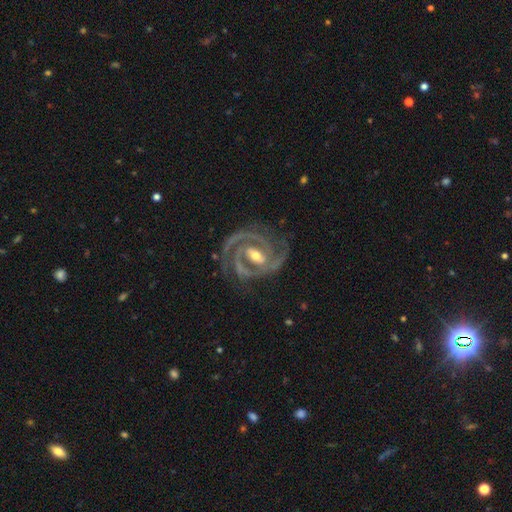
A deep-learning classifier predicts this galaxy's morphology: Smooth or featured?
  - featured or disk: 93% *
  - star or artifact: 4%
  - smooth: 3%
Edge-on disk?
  - no: 97% *
  - yes: 3%
Bar?
  - strong: 47% *
  - weak: 37%
  - no: 16%
Spiral arms?
  - yes: 98% *
  - no: 2%
Spiral winding?
  - tight: 62% *
  - medium: 34%
  - loose: 4%
Spiral arm count?
  - 2: 73% *
  - 3: 17%
  - can't tell: 3%
  - 4: 3%
  - 1: 2%
  - more than 4: 2%
Bulge size?
  - moderate: 63% *
  - small: 31%
  - large: 4%
  - none: 1%
  - dominant: 1%
Merging?
  - none: 76% *
  - minor disturbance: 16%
  - major disturbance: 7%
  - merger: 2%